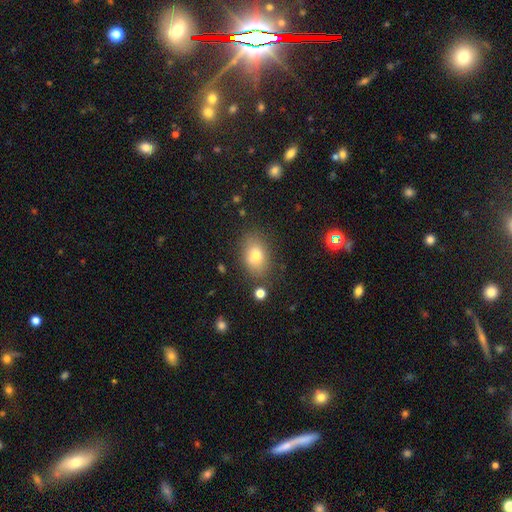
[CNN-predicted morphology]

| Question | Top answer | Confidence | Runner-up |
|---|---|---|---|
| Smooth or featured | smooth | 75% | featured or disk (14%) |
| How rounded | in between | 80% | round (19%) |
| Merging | none | 75% | minor disturbance (15%) |